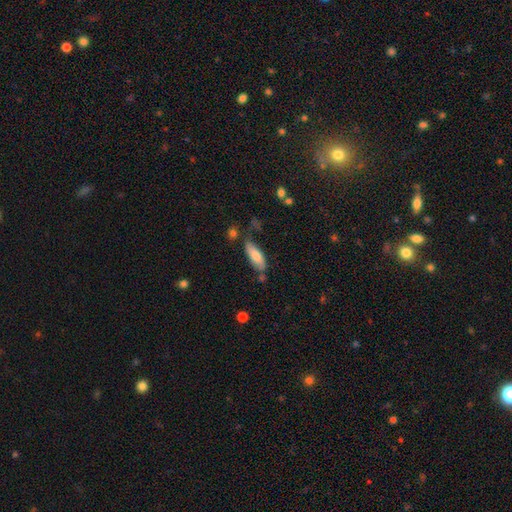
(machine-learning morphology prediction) Overall: smooth (78%). How rounded: in between (65%; cigar-shaped 33%). Merging: none (63%).